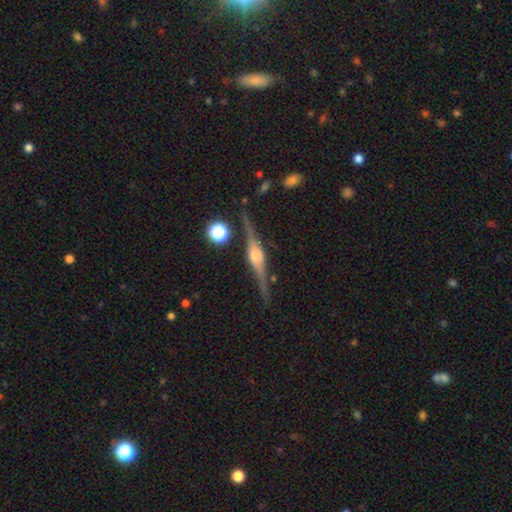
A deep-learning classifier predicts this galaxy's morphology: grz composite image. It shows a featured or disk galaxy (86%) viewed edge-on (98%) with a rounded central bulge (81%). Merging: none (85%).